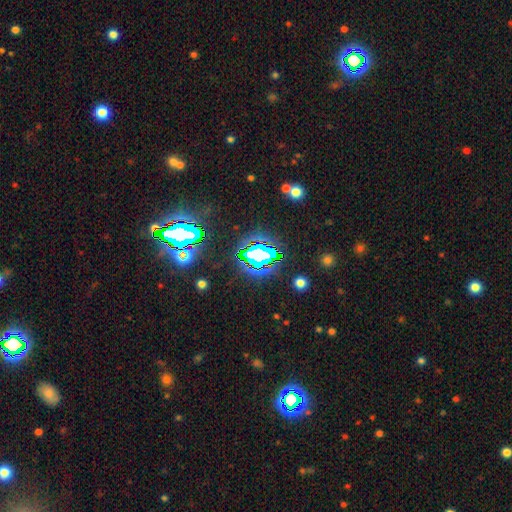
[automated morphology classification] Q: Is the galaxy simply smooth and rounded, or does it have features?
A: star or artifact — 68%.